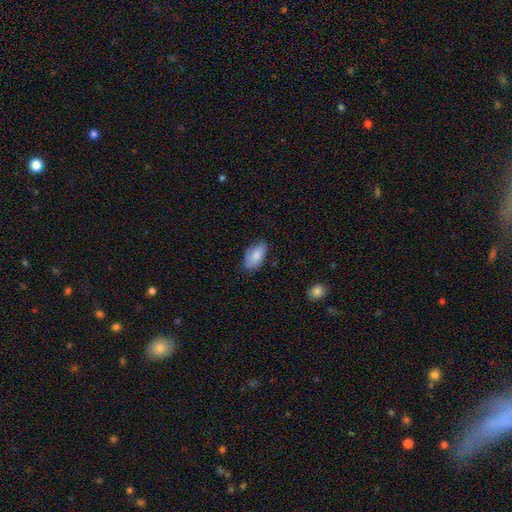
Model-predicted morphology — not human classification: A smooth galaxy with no disk features (79%) that is in between round and cigar-shaped (93%). Merging: none (71%).